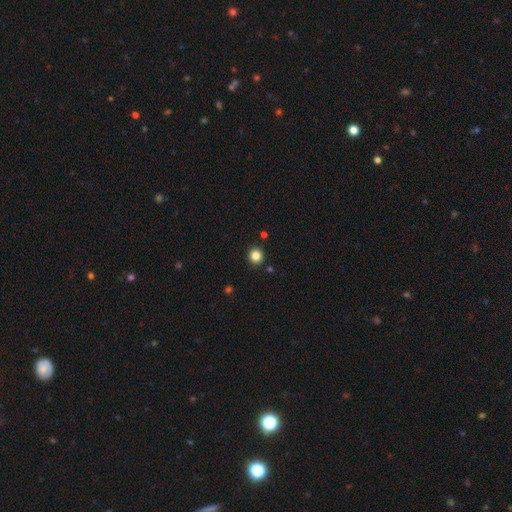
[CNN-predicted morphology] Overall: smooth (84%). How rounded: round (91%). Merging: none (90%).